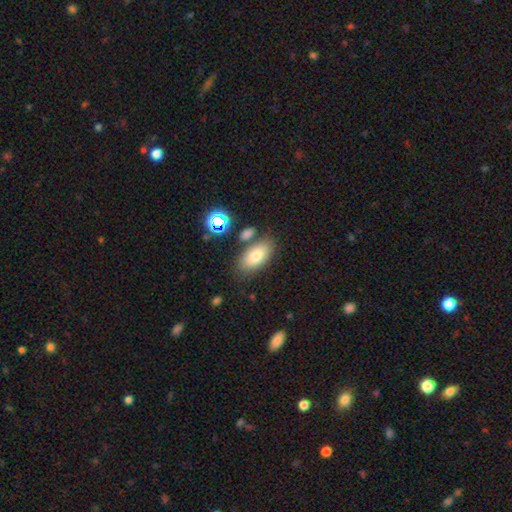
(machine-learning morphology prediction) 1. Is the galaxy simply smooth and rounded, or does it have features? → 76% smooth, 14% featured or disk, 10% star or artifact.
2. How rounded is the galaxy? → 91% in between, 5% round, 4% cigar-shaped.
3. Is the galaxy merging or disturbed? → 72% none, 13% minor disturbance, 10% merger, 4% major disturbance.